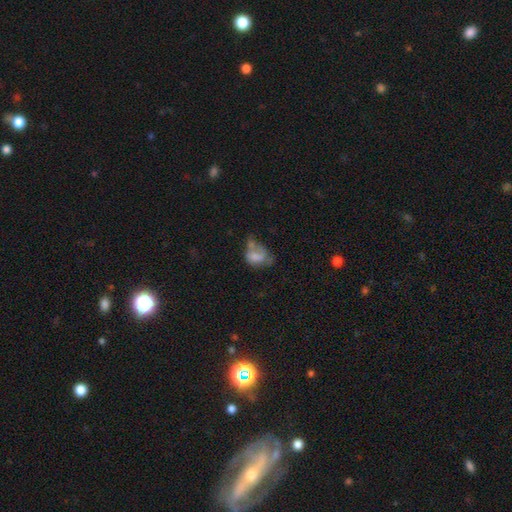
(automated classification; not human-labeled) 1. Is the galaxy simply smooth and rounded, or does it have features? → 61% smooth, 28% featured or disk, 11% star or artifact.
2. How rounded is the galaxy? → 75% in between, 24% round, 2% cigar-shaped.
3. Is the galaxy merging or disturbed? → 30% major disturbance, 25% merger, 24% minor disturbance, 21% none.